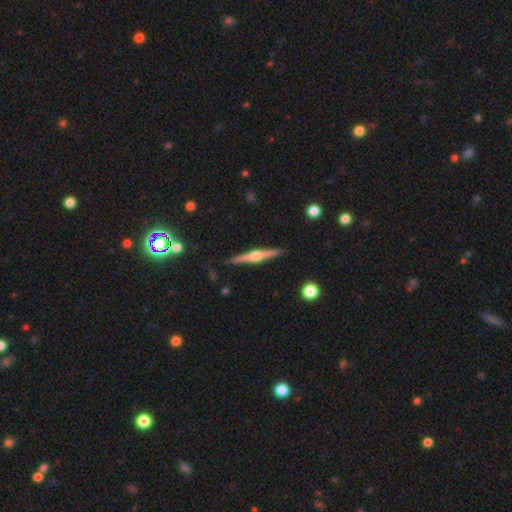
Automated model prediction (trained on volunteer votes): Overall: featured or disk (81%). Edge-on disk: yes (98%). Edge-on bulge: rounded (94%). Merging: none (90%).